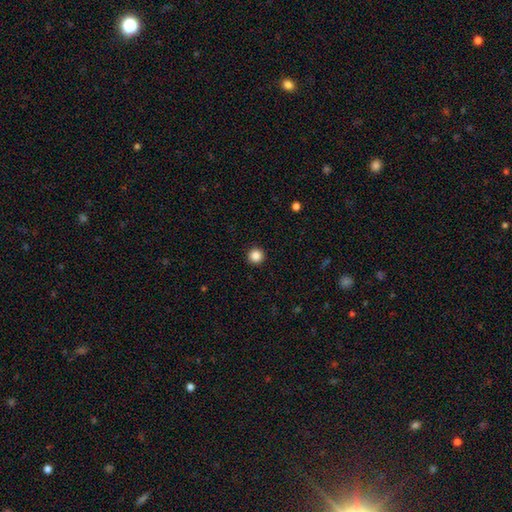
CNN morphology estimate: A smooth galaxy with no disk features (86%) that is round (96%).

Vote fractions:
- Smooth or featured? smooth: 86% / star or artifact: 10% / featured or disk: 3%
- How rounded? round: 96% / in between: 3% / cigar-shaped: 1%
- Merging? none: 93% / minor disturbance: 4% / major disturbance: 2% / merger: 1%